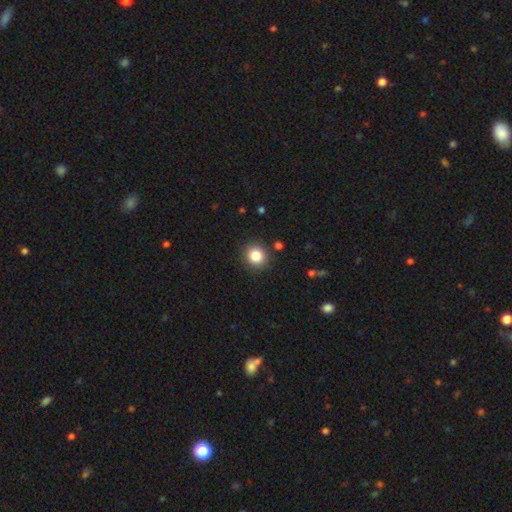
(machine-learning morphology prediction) Q: Smooth or featured?
A: smooth (84%); runner-up: star or artifact (11%)
Q: How rounded?
A: round (84%); runner-up: in between (15%)
Q: Merging?
A: none (89%); runner-up: minor disturbance (7%)